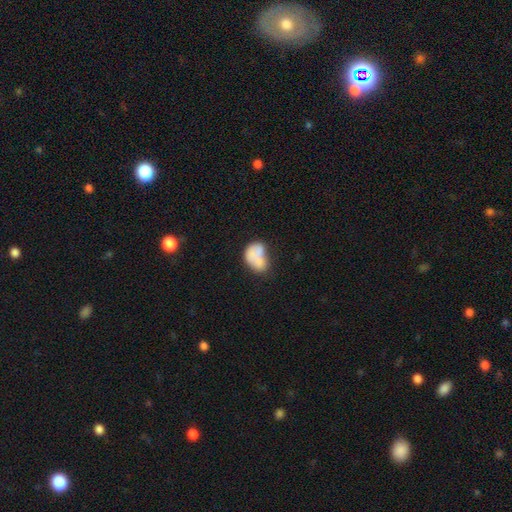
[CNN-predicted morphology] Q: Smooth or featured?
A: smooth (71%); runner-up: featured or disk (20%)
Q: How rounded?
A: in between (81%); runner-up: round (18%)
Q: Merging?
A: merger (31%); runner-up: none (27%)